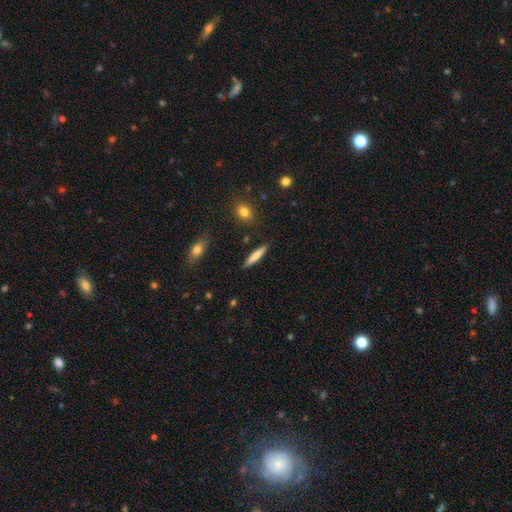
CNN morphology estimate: type=smooth (68%); roundness=cigar-shaped (88%); merging=none (89%).